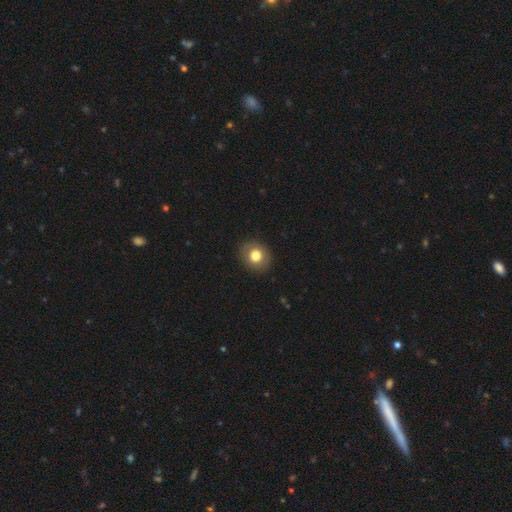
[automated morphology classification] smooth 78%, featured or disk 13%, star or artifact 9%. Down the decision tree: how rounded — round (73%); merging — none (89%).